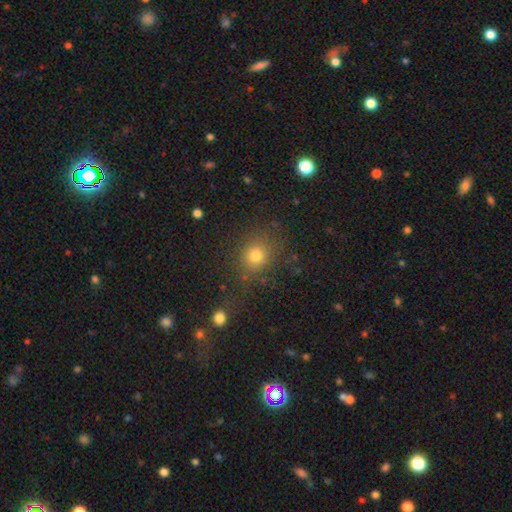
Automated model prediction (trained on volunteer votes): This is likely a smooth galaxy (75%). How rounded: likely round (76%). Merging: likely none (74%).